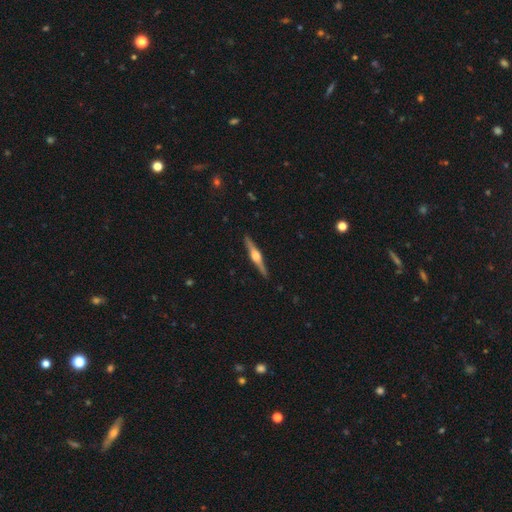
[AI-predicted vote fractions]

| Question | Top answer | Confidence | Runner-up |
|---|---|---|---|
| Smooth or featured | featured or disk | 80% | smooth (15%) |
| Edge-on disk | yes | 98% | no (2%) |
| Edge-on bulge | rounded | 92% | boxy (6%) |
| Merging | none | 92% | minor disturbance (6%) |